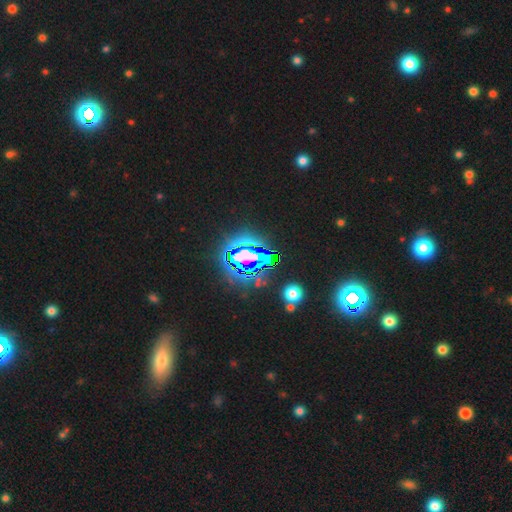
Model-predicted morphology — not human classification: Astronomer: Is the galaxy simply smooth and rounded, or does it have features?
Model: star or artifact — 76%.